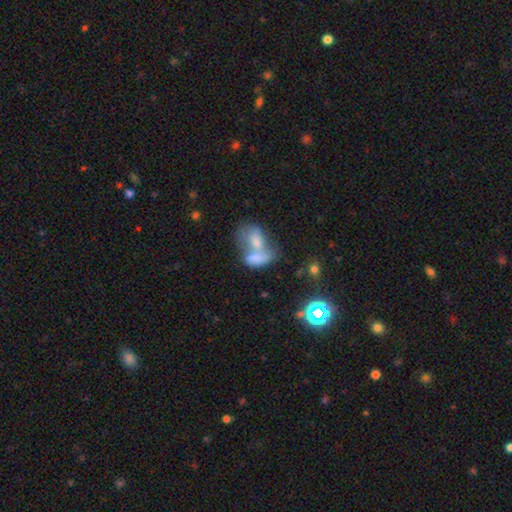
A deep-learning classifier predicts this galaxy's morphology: Smooth or featured?
  - smooth: 67% *
  - featured or disk: 23%
  - star or artifact: 11%
How rounded?
  - in between: 83% *
  - round: 13%
  - cigar-shaped: 4%
Merging?
  - merger: 73% *
  - none: 13%
  - major disturbance: 7%
  - minor disturbance: 7%